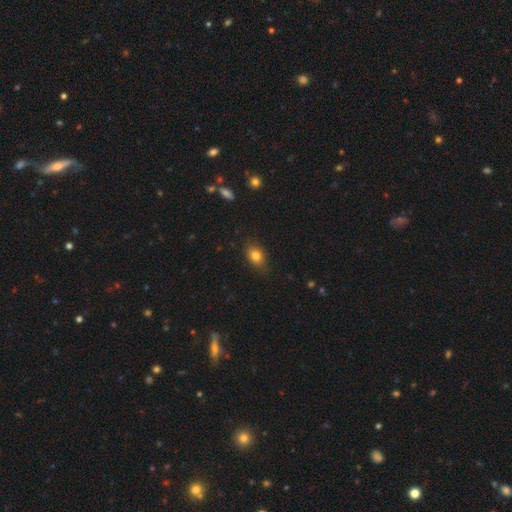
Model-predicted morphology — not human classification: This is clearly a smooth galaxy (82%). How rounded: likely in between (74%). Merging: clearly none (81%).